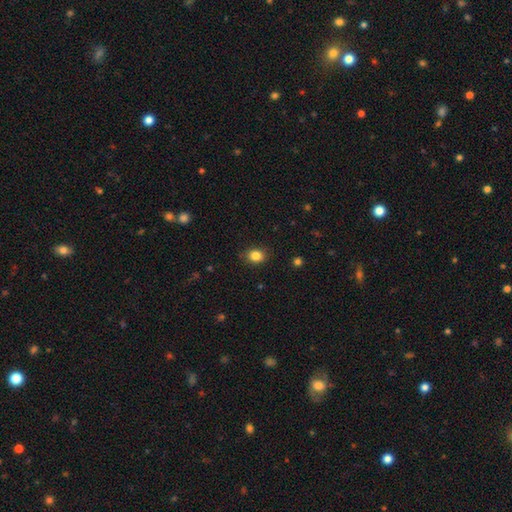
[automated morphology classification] smooth-or-featured: smooth: 84% | star or artifact: 10% | featured or disk: 5%
  how-rounded: round: 50% | in between: 49% | cigar-shaped: 1%
  merging: none: 87% | minor disturbance: 10% | major disturbance: 2% | merger: 1%